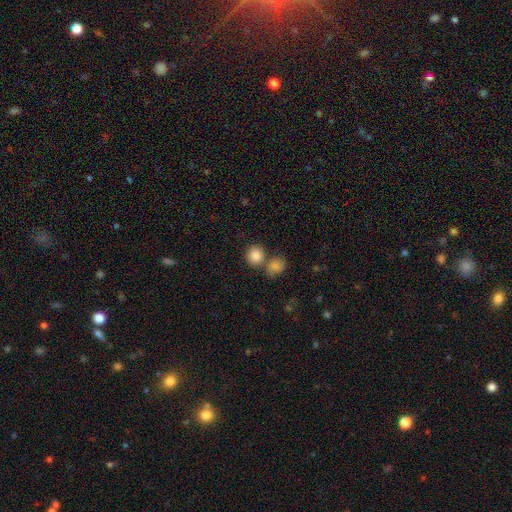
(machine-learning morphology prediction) A smooth galaxy with no disk features (86%) that is round (83%). Merging: none (57%).